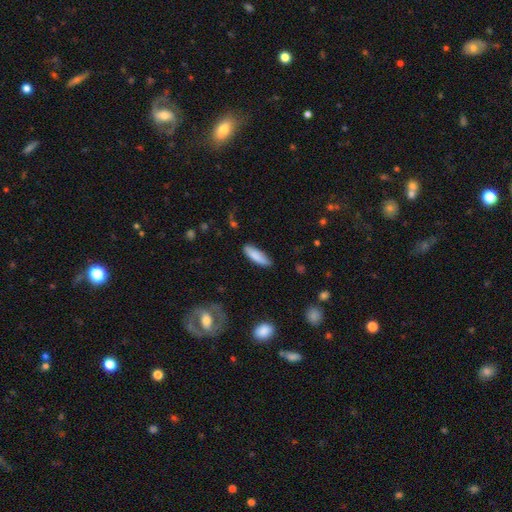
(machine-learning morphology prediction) Smooth or featured?
  - smooth: 85% *
  - featured or disk: 9%
  - star or artifact: 6%
How rounded?
  - cigar-shaped: 52% *
  - in between: 46%
  - round: 2%
Merging?
  - none: 81% *
  - minor disturbance: 15%
  - major disturbance: 3%
  - merger: 1%